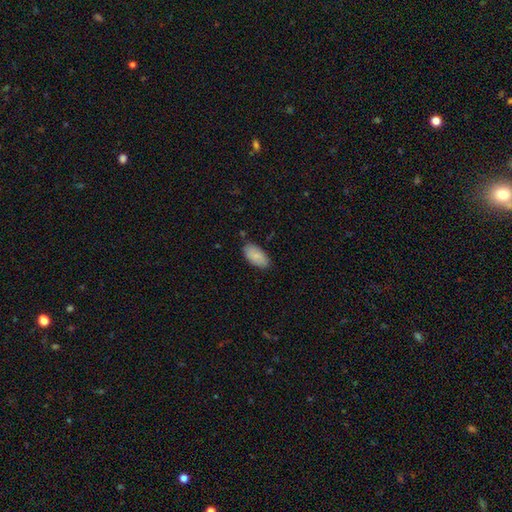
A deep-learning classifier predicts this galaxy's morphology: The model was most divided on "merging": none: 80%, minor disturbance: 15%, major disturbance: 3%, merger: 2%. More confident: how rounded — in between (95%); smooth or featured — smooth (84%).